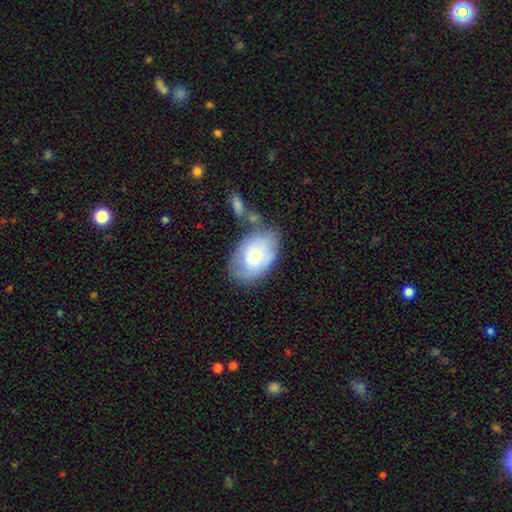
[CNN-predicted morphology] smooth_or_featured: smooth (p=0.56) [alt: featured or disk p=0.38]
how_rounded: in between (p=0.88) [alt: round p=0.11]
merging: none (p=0.55) [alt: minor disturbance p=0.23]